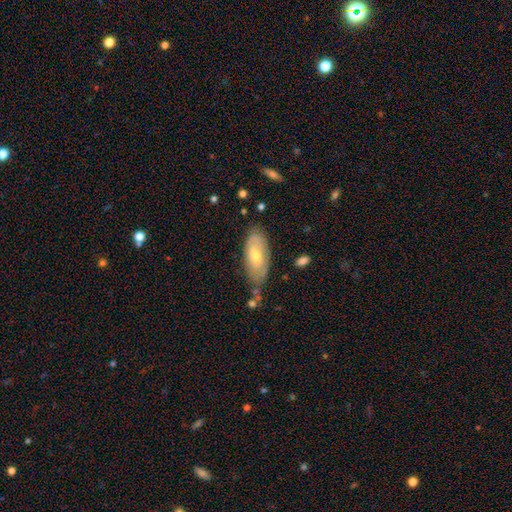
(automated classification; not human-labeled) Overall: smooth (48%; featured or disk 45%). Merging: none (61%; minor disturbance 27%).